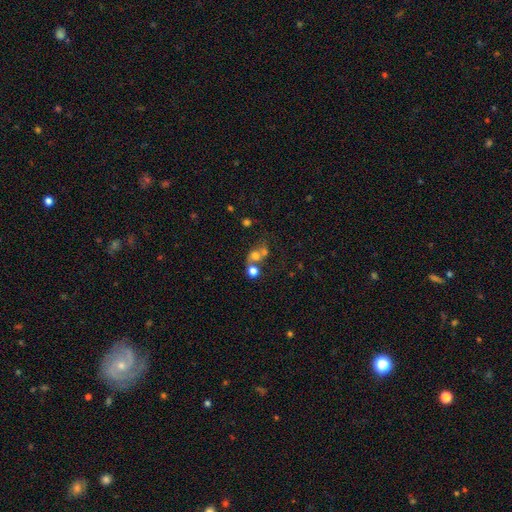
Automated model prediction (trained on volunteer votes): Smooth or featured? smooth (63%)
How rounded? round (71%)
Merging? merger (55%)